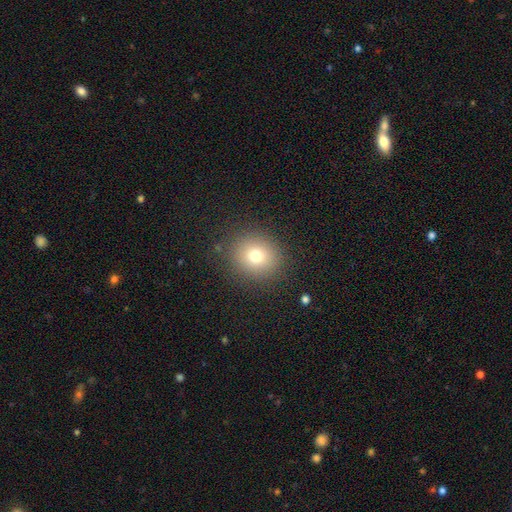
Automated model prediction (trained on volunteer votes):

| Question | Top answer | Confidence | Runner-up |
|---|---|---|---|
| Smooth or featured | smooth | 75% | star or artifact (15%) |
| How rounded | round | 80% | in between (19%) |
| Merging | none | 88% | minor disturbance (8%) |